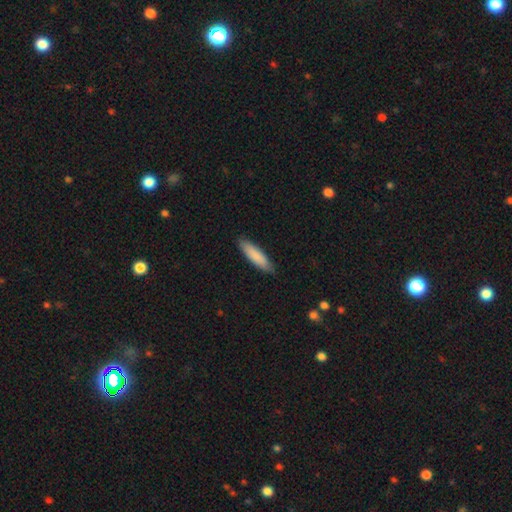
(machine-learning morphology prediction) smooth-or-featured: smooth: 86% | featured or disk: 9% | star or artifact: 5%
  how-rounded: cigar-shaped: 70% | in between: 28% | round: 1%
  merging: none: 88% | minor disturbance: 10% | major disturbance: 2% | merger: 1%